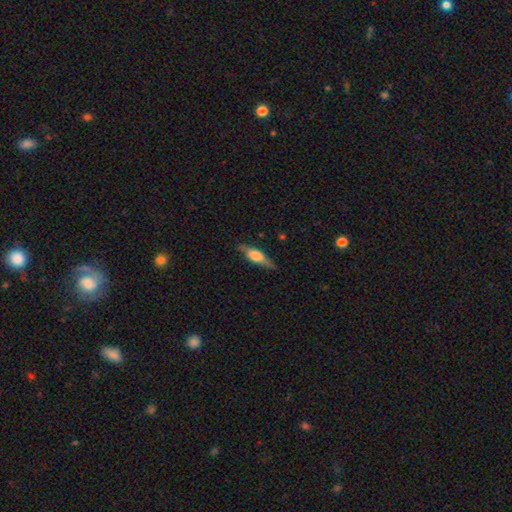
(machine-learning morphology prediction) featured or disk 57%, smooth 36%, star or artifact 7%. Down the decision tree: edge-on disk — yes (93%); edge-on bulge — rounded (75%); merging — none (83%).